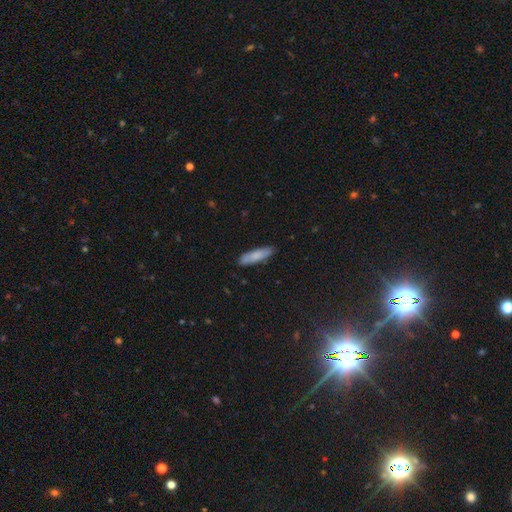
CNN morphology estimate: smooth_or_featured: smooth (p=0.80) [alt: featured or disk p=0.14]
how_rounded: cigar-shaped (p=0.66) [alt: in between p=0.33]
merging: none (p=0.85) [alt: minor disturbance p=0.12]